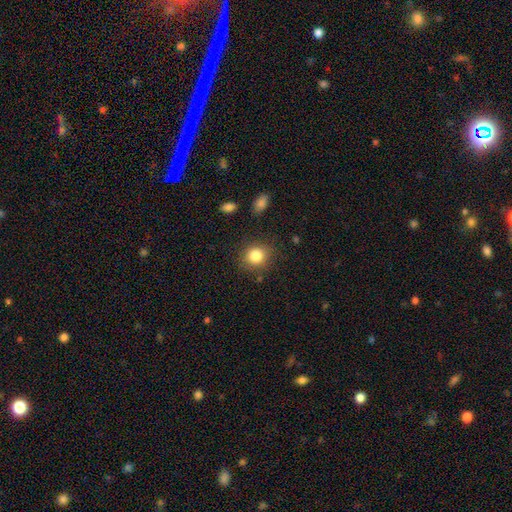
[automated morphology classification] Overall: smooth (83%). How rounded: round (80%). Merging: none (84%).